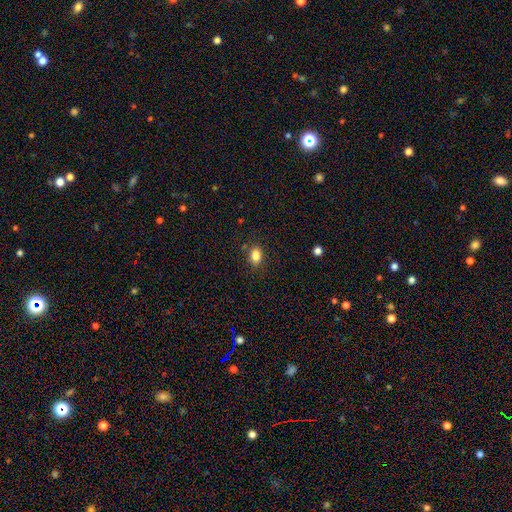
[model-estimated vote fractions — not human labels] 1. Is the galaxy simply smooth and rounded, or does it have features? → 85% smooth, 10% star or artifact, 5% featured or disk.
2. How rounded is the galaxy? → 75% in between, 24% round, 1% cigar-shaped.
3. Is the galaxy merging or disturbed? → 84% none, 11% minor disturbance, 3% major disturbance, 3% merger.